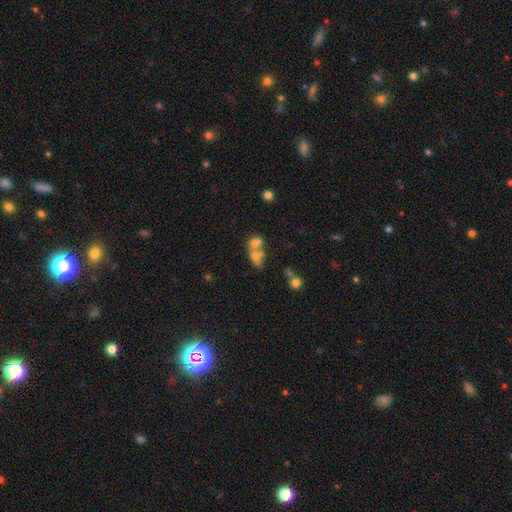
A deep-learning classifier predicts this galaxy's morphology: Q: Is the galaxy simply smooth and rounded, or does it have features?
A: smooth — 60%.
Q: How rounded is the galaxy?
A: in between — 63%.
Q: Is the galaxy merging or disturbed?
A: merger — 64%.